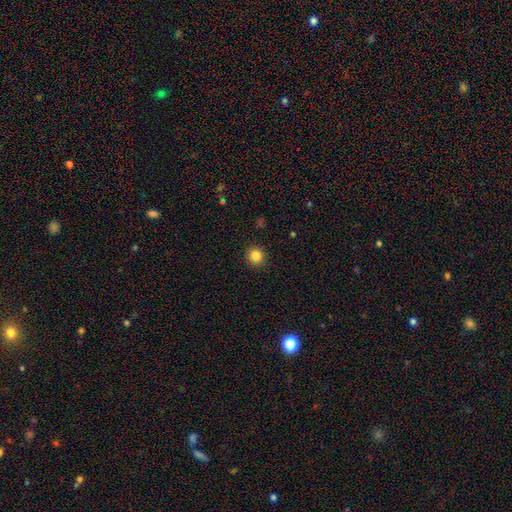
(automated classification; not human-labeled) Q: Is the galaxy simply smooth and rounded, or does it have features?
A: smooth — 84%.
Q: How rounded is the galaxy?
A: round — 90%.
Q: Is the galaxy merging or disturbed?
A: none — 92%.